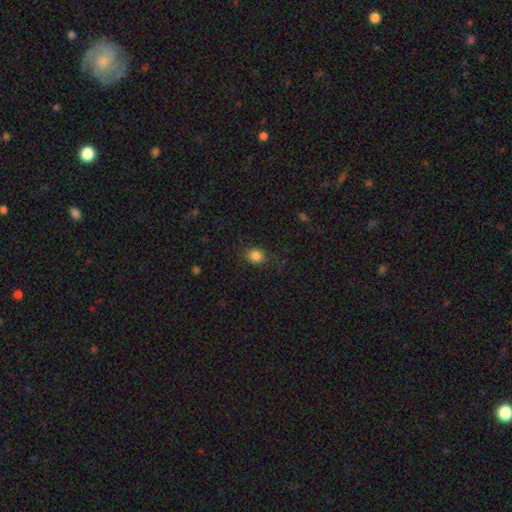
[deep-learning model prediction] Morphology: type=smooth (85%); roundness=round (66%); merging=none (82%).